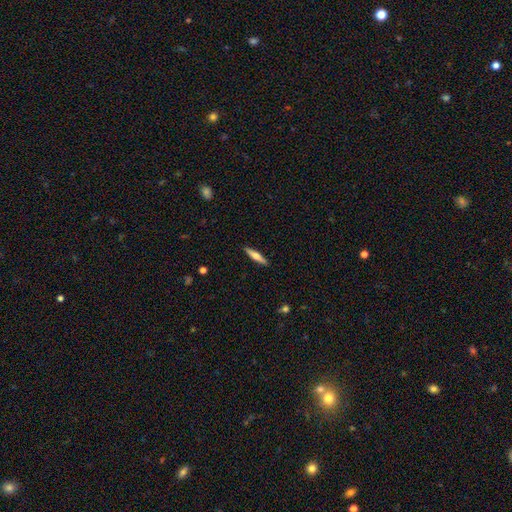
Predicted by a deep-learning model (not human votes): Overall: smooth (51%; featured or disk 43%). How rounded: cigar-shaped (85%). Merging: none (90%).